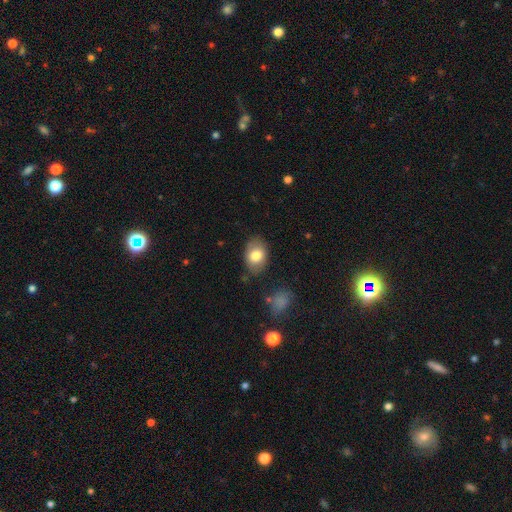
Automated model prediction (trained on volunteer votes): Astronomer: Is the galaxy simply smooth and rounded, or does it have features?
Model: smooth — 79%.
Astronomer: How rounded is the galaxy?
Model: in between — 81%.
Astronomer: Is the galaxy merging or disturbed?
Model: none — 79%.